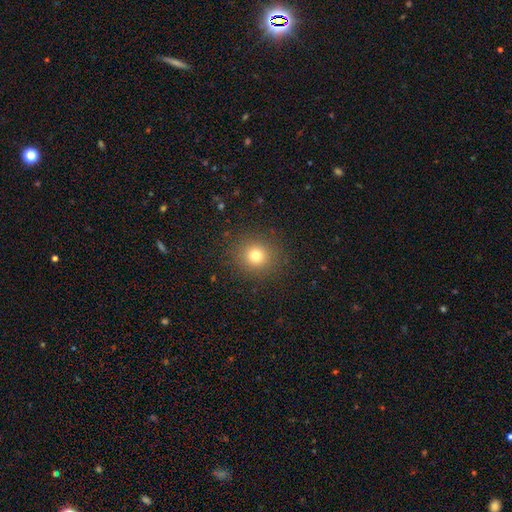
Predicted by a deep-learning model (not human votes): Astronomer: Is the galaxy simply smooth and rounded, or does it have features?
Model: smooth — 75%.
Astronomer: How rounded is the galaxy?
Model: round — 89%.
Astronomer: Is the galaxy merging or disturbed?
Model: none — 89%.